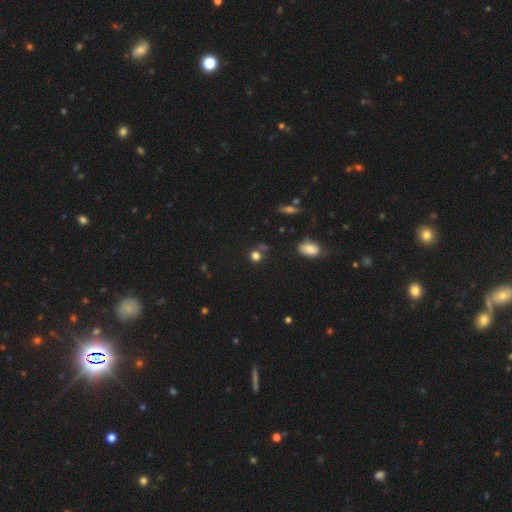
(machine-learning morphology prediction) Smooth or featured? Predicted: smooth (p=0.74). How rounded? Predicted: round (p=0.86). Merging? Predicted: none (p=0.67).